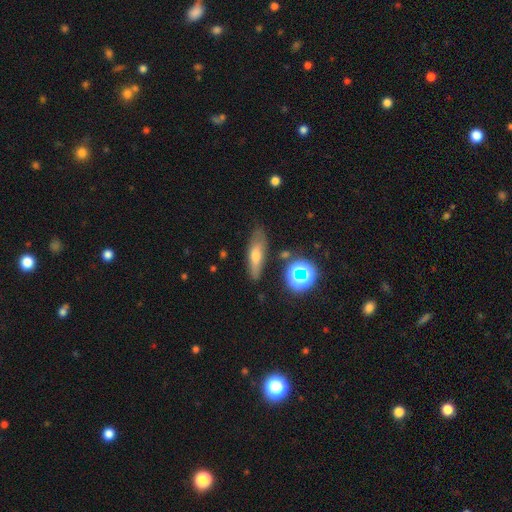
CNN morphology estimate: This is possibly a smooth galaxy (53%). How rounded: possibly cigar-shaped (49%). Merging: likely none (74%).